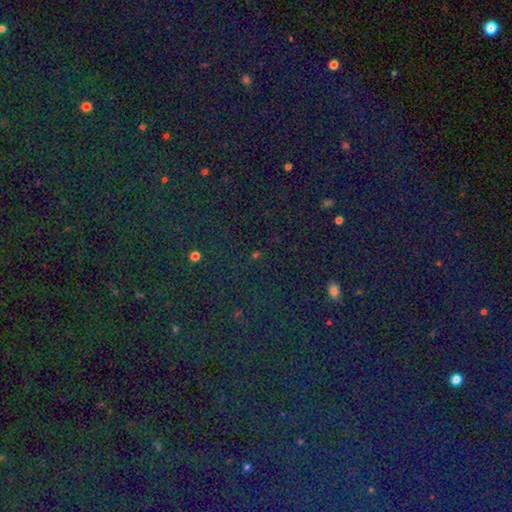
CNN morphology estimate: type=star or artifact (68%).